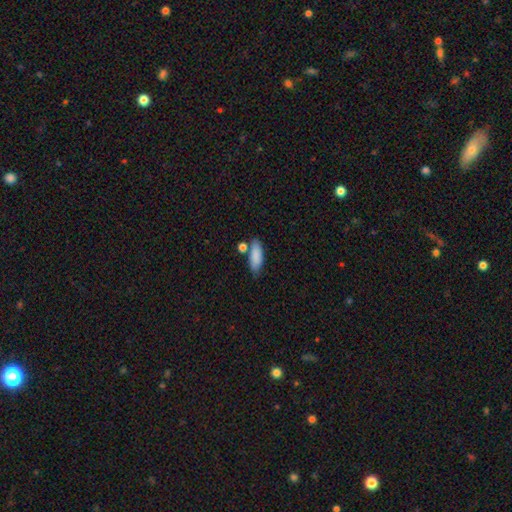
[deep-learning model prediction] Smooth or featured? Predicted: smooth (p=0.87). How rounded? Predicted: in between (p=0.70). Merging? Predicted: none (p=0.68).